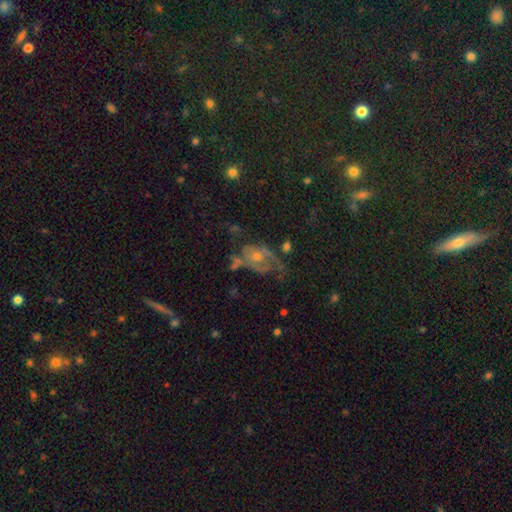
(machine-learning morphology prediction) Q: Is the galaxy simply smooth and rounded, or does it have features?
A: featured or disk — 57%.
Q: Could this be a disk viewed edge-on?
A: no — 95%.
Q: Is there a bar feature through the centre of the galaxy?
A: no — 81%.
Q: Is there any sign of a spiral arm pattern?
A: yes — 66%.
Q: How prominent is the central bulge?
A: small — 45%, tied with moderate.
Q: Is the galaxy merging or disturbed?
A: none — 37%.